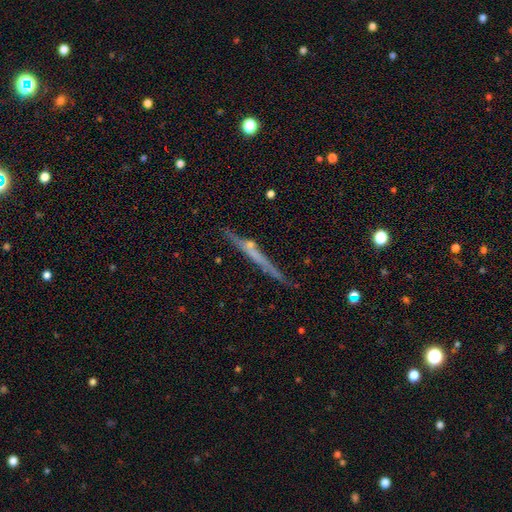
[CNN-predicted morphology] Q: Smooth or featured?
A: featured or disk (61%); runner-up: smooth (31%)
Q: Edge-on disk?
A: yes (97%); runner-up: no (3%)
Q: Edge-on bulge?
A: none (75%); runner-up: rounded (20%)
Q: Merging?
A: none (84%); runner-up: minor disturbance (11%)